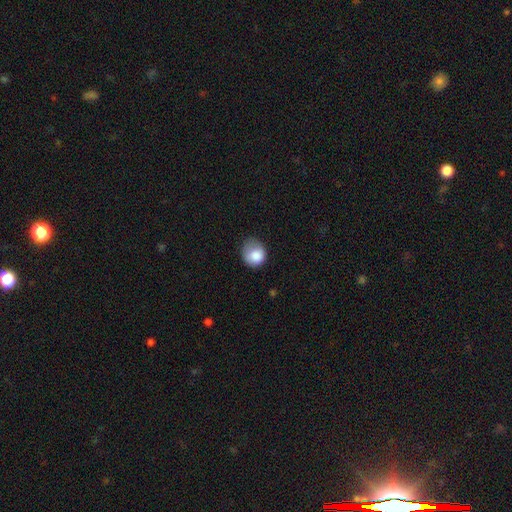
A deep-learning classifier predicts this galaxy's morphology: The model was most divided on "merging": none: 42%, minor disturbance: 39%, major disturbance: 18%, merger: 2%. More confident: smooth or featured — smooth (82%); how rounded — round (67%).